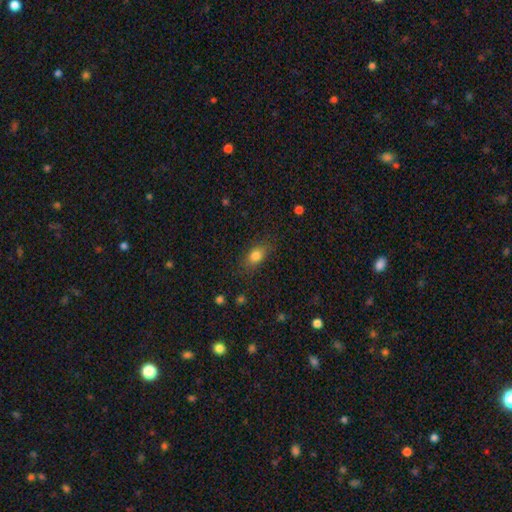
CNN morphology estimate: Overall: smooth (81%). How rounded: in between (79%). Merging: none (81%).